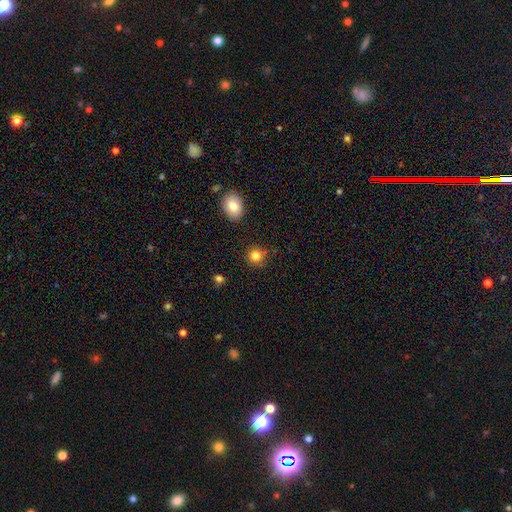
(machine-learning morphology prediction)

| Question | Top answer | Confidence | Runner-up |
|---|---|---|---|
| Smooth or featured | smooth | 84% | star or artifact (11%) |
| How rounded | round | 89% | in between (10%) |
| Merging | none | 88% | minor disturbance (8%) |